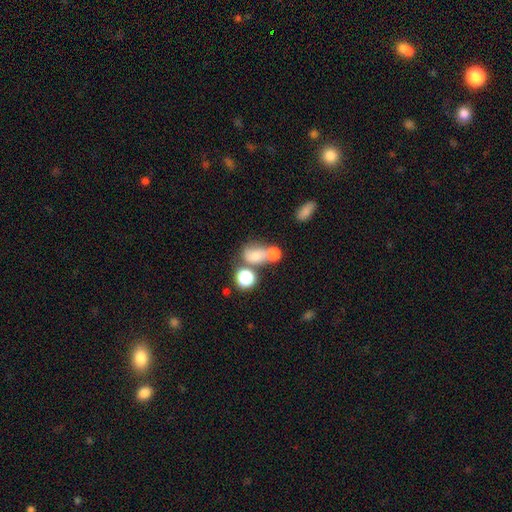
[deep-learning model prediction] smooth_or_featured: smooth (p=0.70) [alt: featured or disk p=0.15]
how_rounded: in between (p=0.60) [alt: round p=0.38]
merging: merger (p=0.46) [alt: none p=0.31]